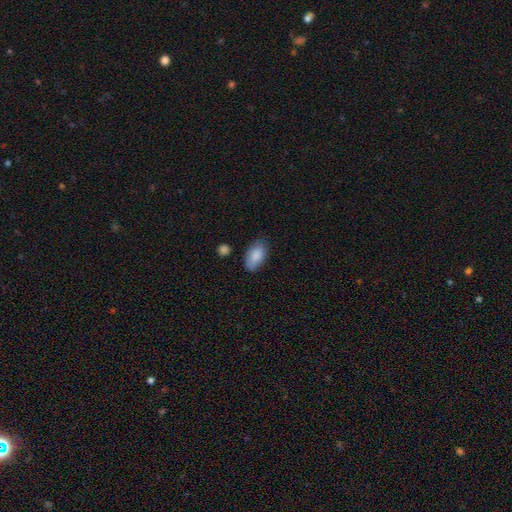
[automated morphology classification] A smooth galaxy with no disk features (86%) that is in between round and cigar-shaped (94%).

Vote fractions:
- Smooth or featured? smooth: 86% / featured or disk: 8% / star or artifact: 7%
- How rounded? in between: 94% / round: 4% / cigar-shaped: 3%
- Merging? none: 75% / minor disturbance: 19% / major disturbance: 4% / merger: 2%